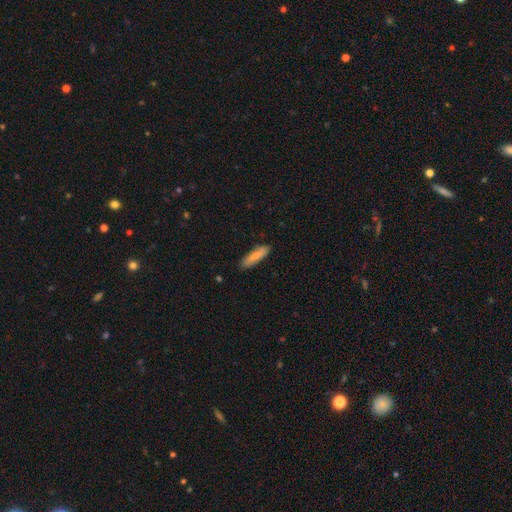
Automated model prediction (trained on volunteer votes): Smooth or featured: smooth — 81% (featured or disk — 13%)
How rounded: cigar-shaped — 68% (in between — 30%)
Merging: none — 86% (minor disturbance — 11%)